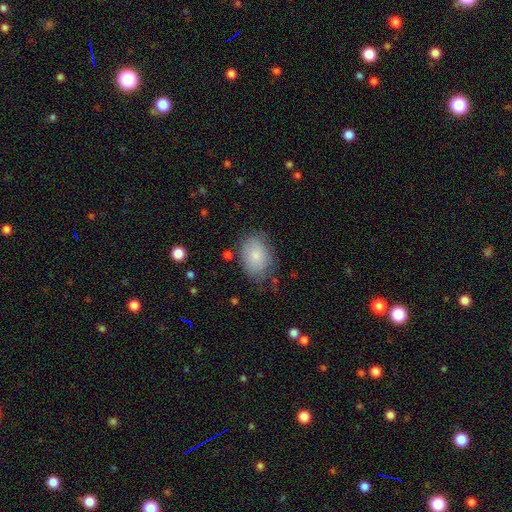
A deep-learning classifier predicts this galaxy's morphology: smooth 82%, featured or disk 10%, star or artifact 7%. Down the decision tree: how rounded — in between (81%); merging — none (70%).